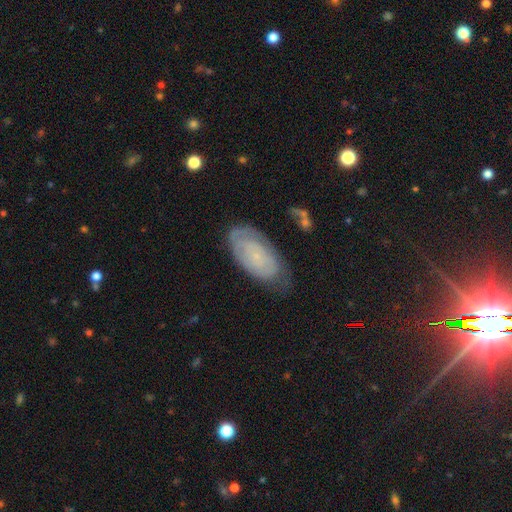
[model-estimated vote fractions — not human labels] featured or disk 58%, smooth 32%, star or artifact 10%. Down the decision tree: edge-on disk — no (92%); bar — no (76%); spiral arms — yes (82%); bulge size — small (76%); merging — none (66%).